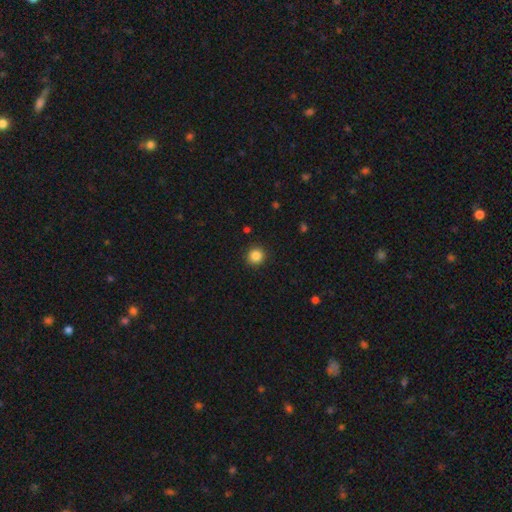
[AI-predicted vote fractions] Smooth or featured?
  - smooth: 86% *
  - star or artifact: 10%
  - featured or disk: 3%
How rounded?
  - round: 93% *
  - in between: 6%
  - cigar-shaped: 1%
Merging?
  - none: 92% *
  - minor disturbance: 5%
  - major disturbance: 2%
  - merger: 1%